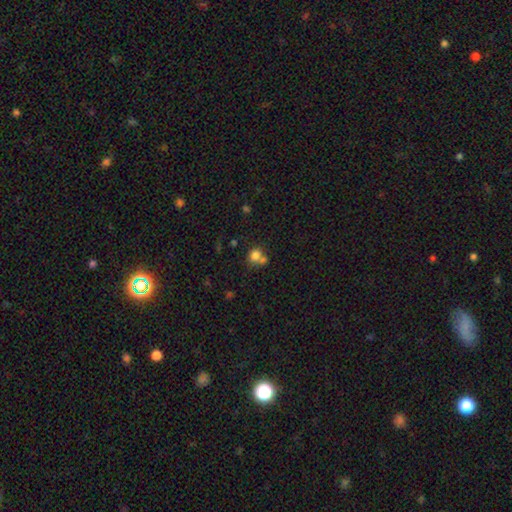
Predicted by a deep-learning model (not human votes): Smooth or featured?
  - smooth: 78% *
  - star or artifact: 12%
  - featured or disk: 10%
How rounded?
  - round: 77% *
  - in between: 22%
  - cigar-shaped: 1%
Merging?
  - none: 47% *
  - merger: 40%
  - minor disturbance: 10%
  - major disturbance: 4%